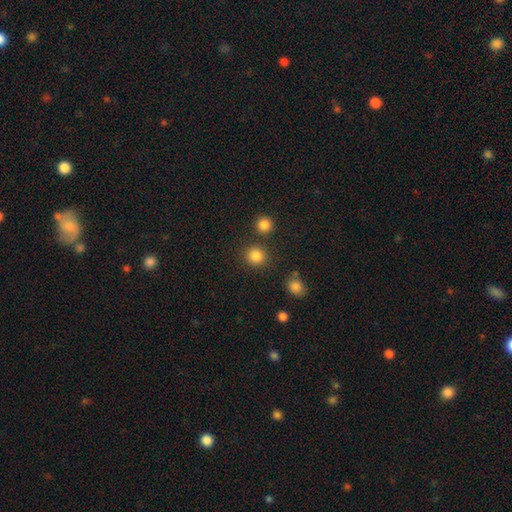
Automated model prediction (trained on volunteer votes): Morphology: type=smooth (84%); roundness=round (89%); merging=none (85%).